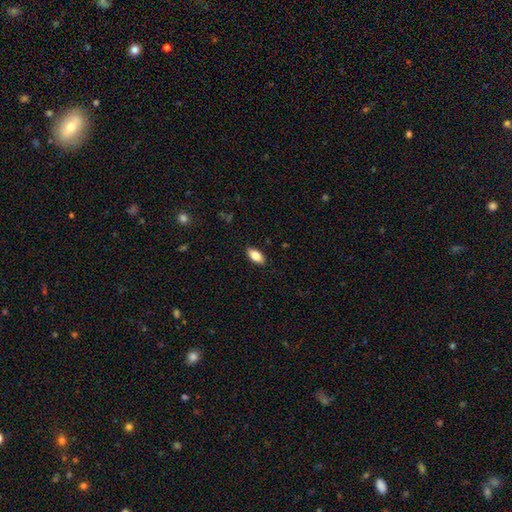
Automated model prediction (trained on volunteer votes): The model was most divided on "smooth or featured": smooth: 82%, featured or disk: 11%, star or artifact: 7%. More confident: how rounded — in between (90%); merging — none (88%).